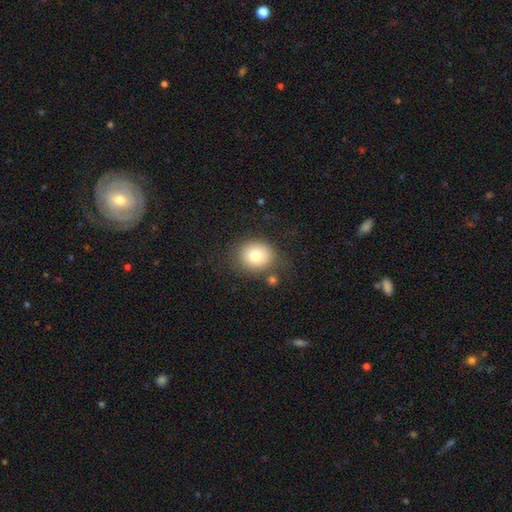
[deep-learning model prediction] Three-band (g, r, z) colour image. It shows a smooth galaxy with no disk features (79%) that is round (74%). Merging: none (76%).